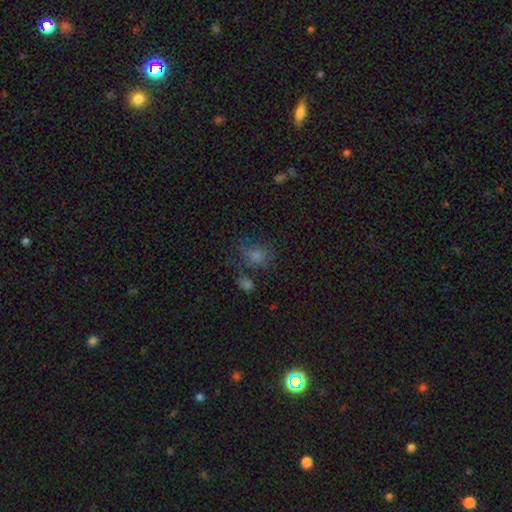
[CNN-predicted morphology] Smooth or featured?
  - smooth: 69% *
  - star or artifact: 17%
  - featured or disk: 14%
How rounded?
  - in between: 49% * (tied)
  - round: 49% * (tied)
  - cigar-shaped: 1%
Merging?
  - none: 44% *
  - minor disturbance: 23%
  - major disturbance: 20%
  - merger: 13%